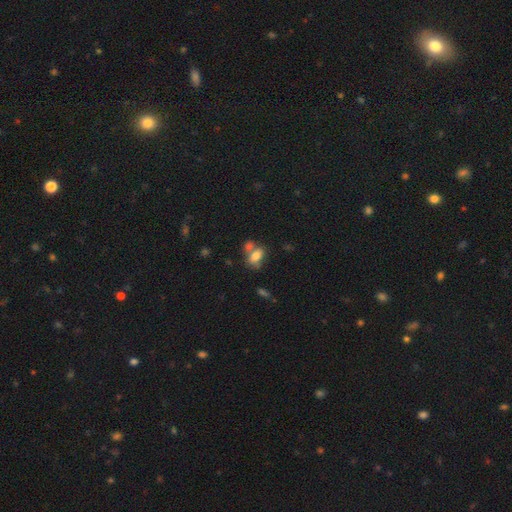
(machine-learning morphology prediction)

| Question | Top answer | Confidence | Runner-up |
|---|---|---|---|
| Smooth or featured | smooth | 75% | featured or disk (15%) |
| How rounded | in between | 83% | round (14%) |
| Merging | none | 41% | merger (39%) |